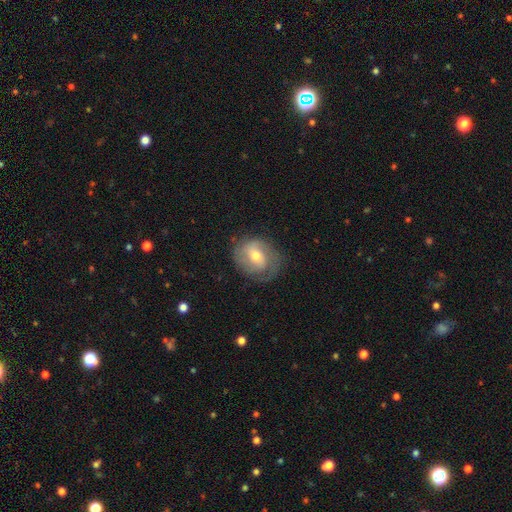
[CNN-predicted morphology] Smooth or featured: featured or disk — 62% (smooth — 31%)
Edge-on disk: no — 96% (yes — 4%)
Bar: weak — 46% (no — 39%)
Spiral arms: yes — 81% (no — 19%)
Bulge size: moderate — 67% (small — 26%)
Merging: none — 66% (minor disturbance — 22%)